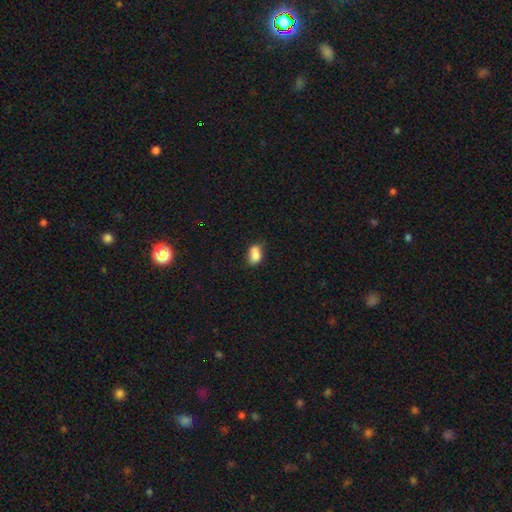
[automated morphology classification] Overall: smooth (79%). How rounded: in between (80%). Merging: none (45%; minor disturbance 27%).